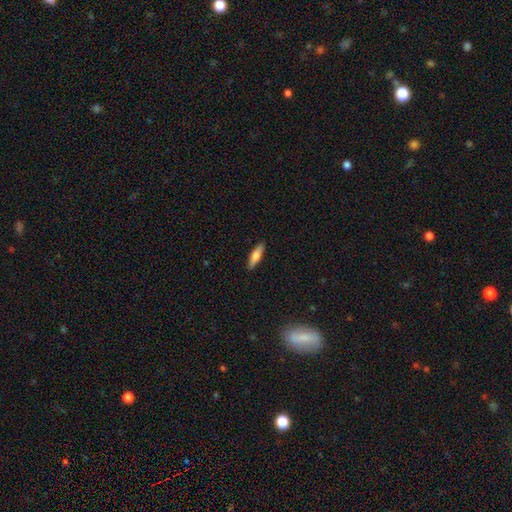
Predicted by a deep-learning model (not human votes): This is likely a smooth galaxy (68%). How rounded: likely cigar-shaped (67%). Merging: clearly none (90%).